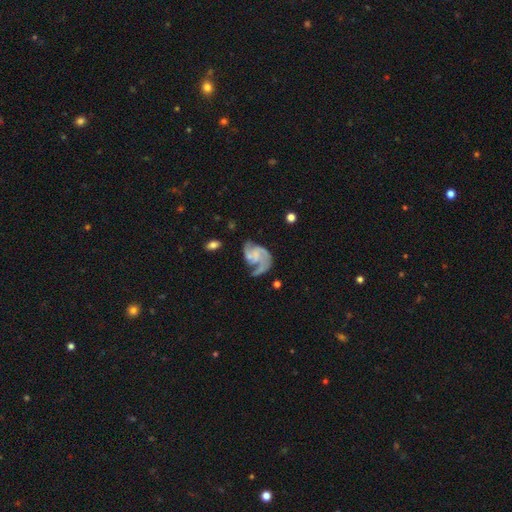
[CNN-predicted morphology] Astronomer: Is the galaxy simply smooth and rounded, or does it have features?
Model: featured or disk — 84%.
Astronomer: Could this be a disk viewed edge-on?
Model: no — 98%.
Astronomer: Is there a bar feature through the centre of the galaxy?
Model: no — 58%.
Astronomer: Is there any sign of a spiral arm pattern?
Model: yes — 95%.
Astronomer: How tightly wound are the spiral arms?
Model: medium — 49% (runner-up: loose, 30%).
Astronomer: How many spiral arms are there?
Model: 2 — 56%.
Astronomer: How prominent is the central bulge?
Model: none — 51% (runner-up: small, 31%).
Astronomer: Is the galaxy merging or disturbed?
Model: none — 47% (runner-up: major disturbance, 25%).